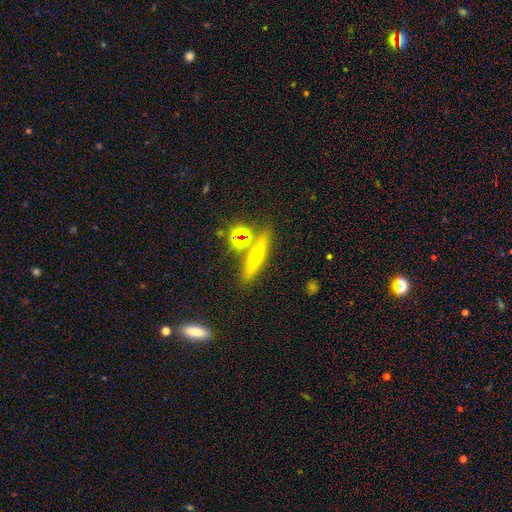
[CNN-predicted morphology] Smooth or featured? Predicted: featured or disk (p=0.48). Merging? Predicted: none (p=0.78).